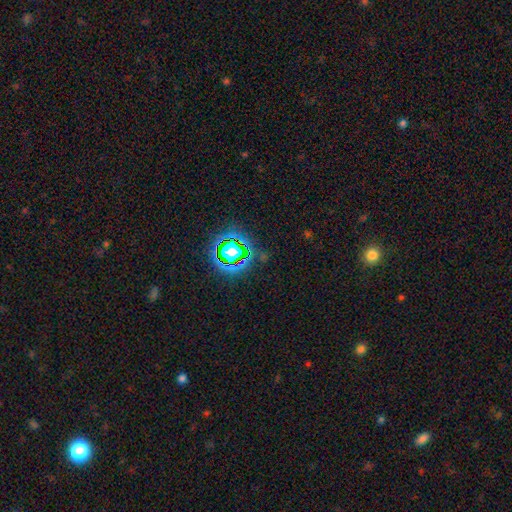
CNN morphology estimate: smooth-or-featured: star or artifact: 76% | smooth: 16% | featured or disk: 8%